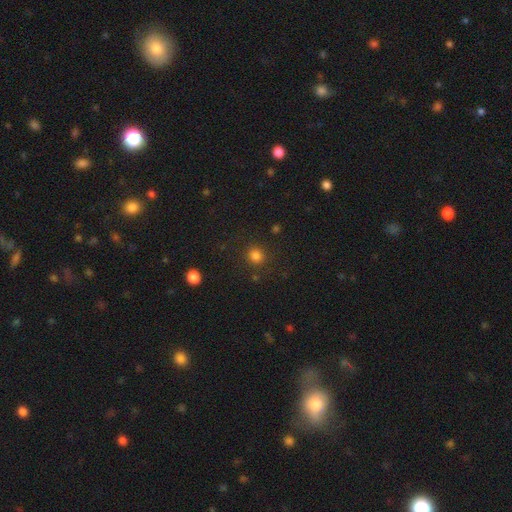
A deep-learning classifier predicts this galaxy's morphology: This appears to be a smooth galaxy with no disk features (81%) that is round (88%). Merging: none (87%).